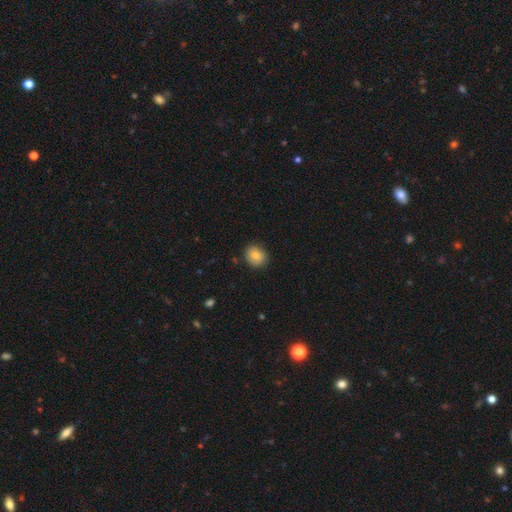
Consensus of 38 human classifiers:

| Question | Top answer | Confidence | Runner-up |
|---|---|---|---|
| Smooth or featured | smooth | 79% | featured or disk (16%) |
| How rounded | in between | 57% | round (43%) |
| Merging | none | 94% | minor disturbance (6%) |